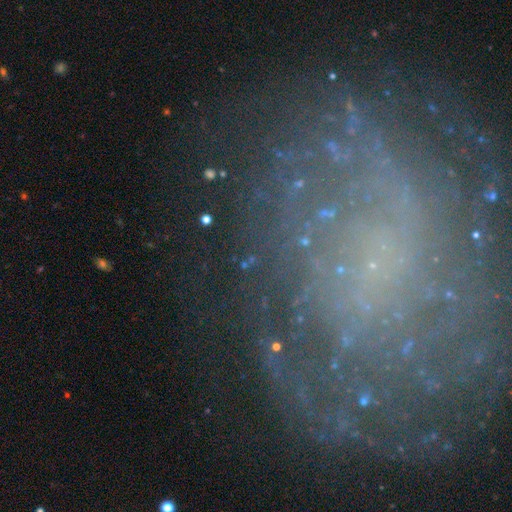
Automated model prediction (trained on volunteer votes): smooth-or-featured: featured or disk: 72% | star or artifact: 16% | smooth: 12%
  disk-edge-on: no: 97% | yes: 3%
    bar: no: 76% | weak: 17% | strong: 7%
    has-spiral-arms: yes: 84% | no: 16%
      spiral-winding: tight: 59% | medium: 28% | loose: 13%
      spiral-arm-count: can't tell: 41% | 2: 21% | 3: 11% | more than 4: 10% | 4: 9% | 1: 8%
    bulge-size: small: 65% | none: 25% | moderate: 7% | large: 2% | dominant: 2%
  merging: none: 71% | minor disturbance: 15% | major disturbance: 11% | merger: 2%